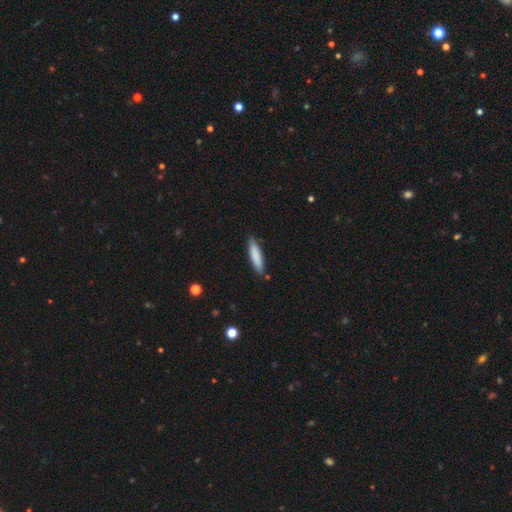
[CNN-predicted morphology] This appears to be a smooth galaxy with no disk features (83%) that is cigar-shaped (76%). Merging: none (84%).